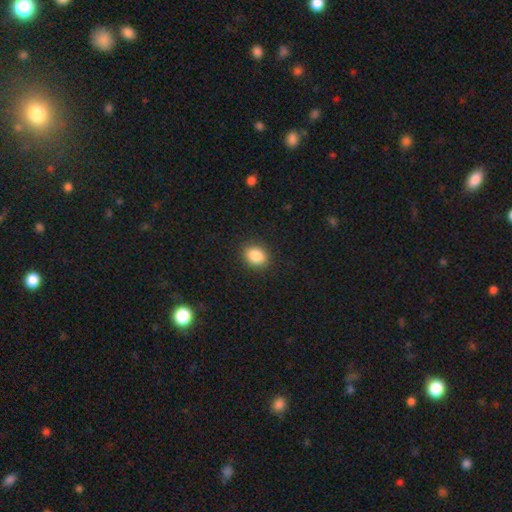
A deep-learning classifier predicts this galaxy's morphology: The model was most divided on "how rounded": in between: 59%, round: 40%, cigar-shaped: 1%. More confident: merging — none (88%); smooth or featured — smooth (87%).